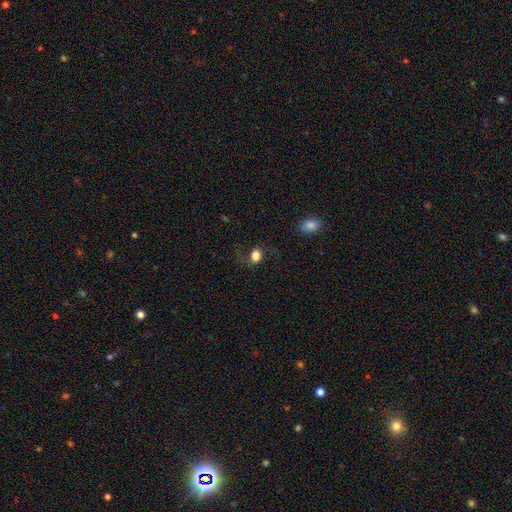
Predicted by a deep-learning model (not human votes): A smooth galaxy with no disk features (74%) that is in between round and cigar-shaped (53%). Merging: none (61%).